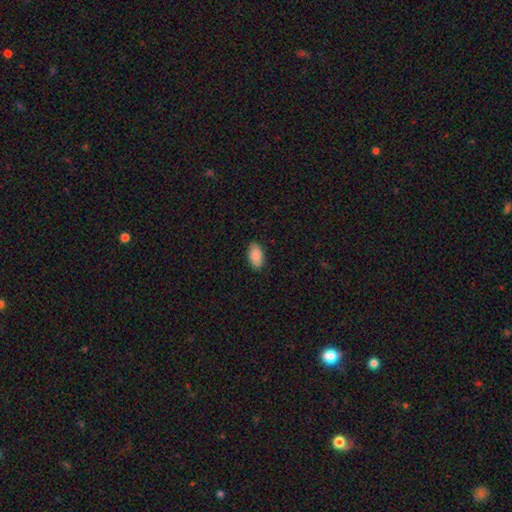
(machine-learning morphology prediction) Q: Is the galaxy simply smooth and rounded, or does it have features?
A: smooth — 89%.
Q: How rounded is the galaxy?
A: in between — 94%.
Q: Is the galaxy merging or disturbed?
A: none — 87%.